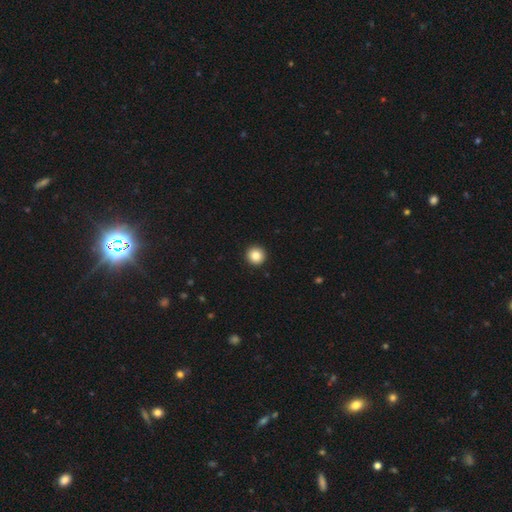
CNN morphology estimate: smooth 86%, star or artifact 10%, featured or disk 4%. Down the decision tree: how rounded — round (96%); merging — none (94%).